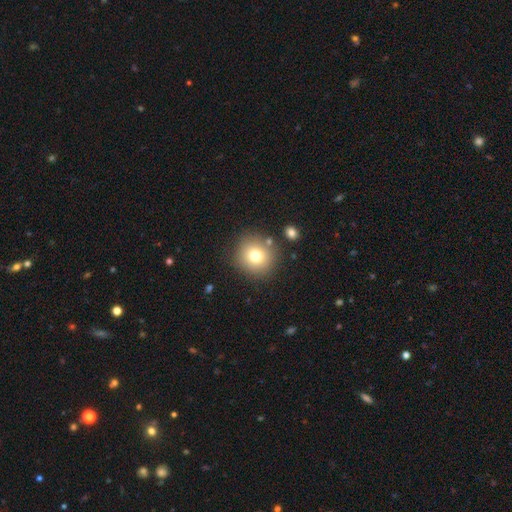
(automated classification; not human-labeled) Morphology: type=smooth (75%); roundness=round (91%); merging=none (82%).